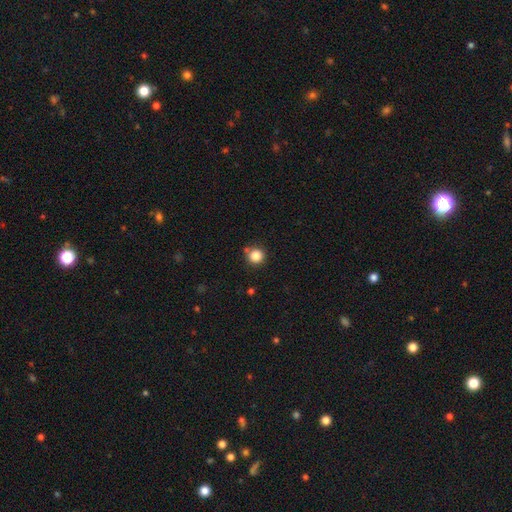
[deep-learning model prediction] Overall: smooth (84%). How rounded: round (94%). Merging: none (80%).